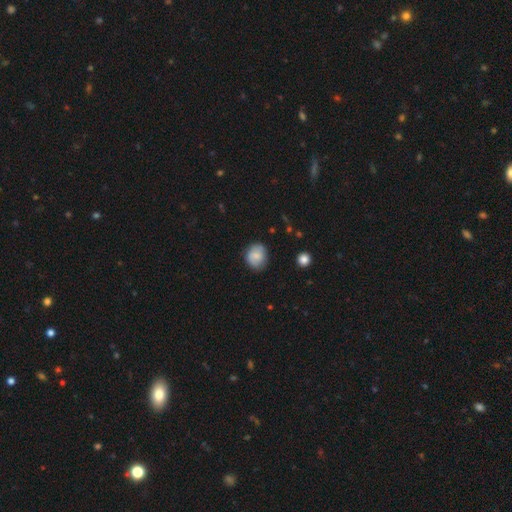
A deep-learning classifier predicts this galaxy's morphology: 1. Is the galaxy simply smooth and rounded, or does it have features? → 78% smooth, 14% featured or disk, 8% star or artifact.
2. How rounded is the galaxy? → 66% round, 33% in between, 1% cigar-shaped.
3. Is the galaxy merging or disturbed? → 75% none, 19% minor disturbance, 4% major disturbance, 1% merger.